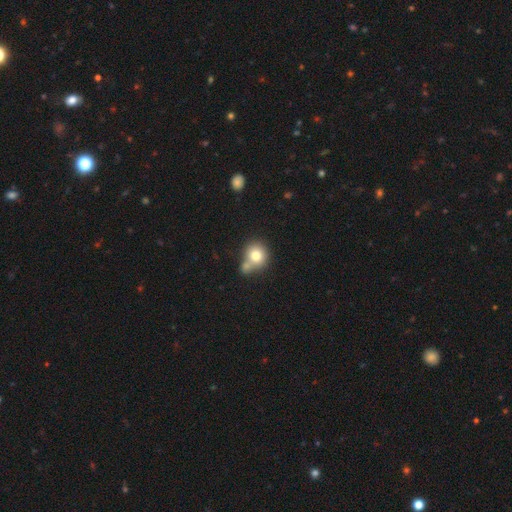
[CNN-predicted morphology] Q: Smooth or featured?
A: smooth (77%); runner-up: featured or disk (13%)
Q: How rounded?
A: round (80%); runner-up: in between (19%)
Q: Merging?
A: none (41%); runner-up: merger (40%)